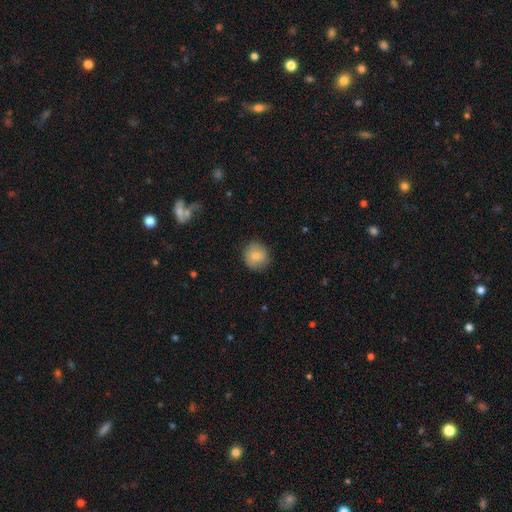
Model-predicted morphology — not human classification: Smooth or featured: smooth — 82% (featured or disk — 10%)
How rounded: round — 91% (in between — 8%)
Merging: none — 86% (minor disturbance — 10%)